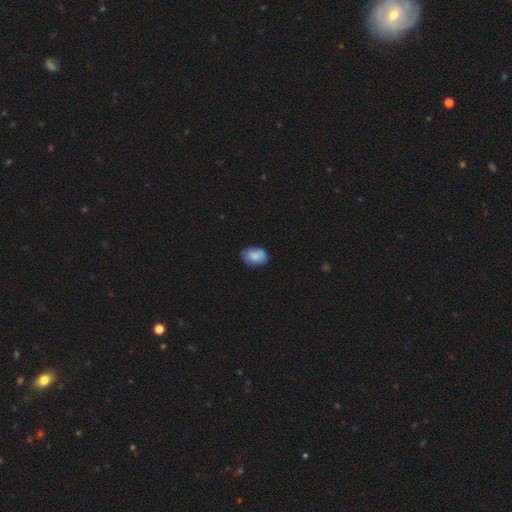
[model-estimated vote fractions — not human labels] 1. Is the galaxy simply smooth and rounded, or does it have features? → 82% smooth, 11% featured or disk, 7% star or artifact.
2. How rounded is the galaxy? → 81% in between, 18% round, 1% cigar-shaped.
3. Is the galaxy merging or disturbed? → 72% none, 22% minor disturbance, 4% major disturbance, 3% merger.